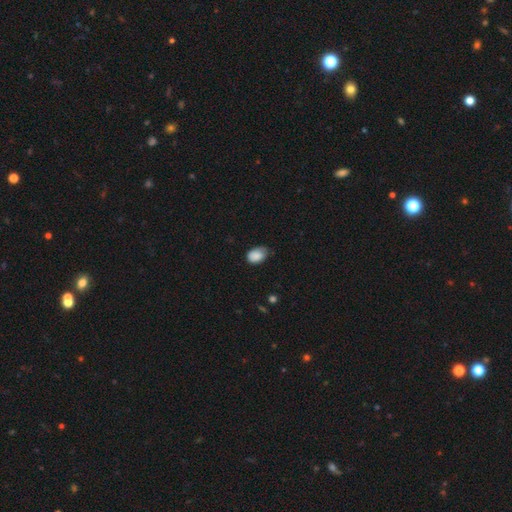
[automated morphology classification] The model was most divided on "merging": none: 55%, minor disturbance: 37%, major disturbance: 7%, merger: 1%. More confident: smooth or featured — smooth (86%); how rounded — in between (85%).